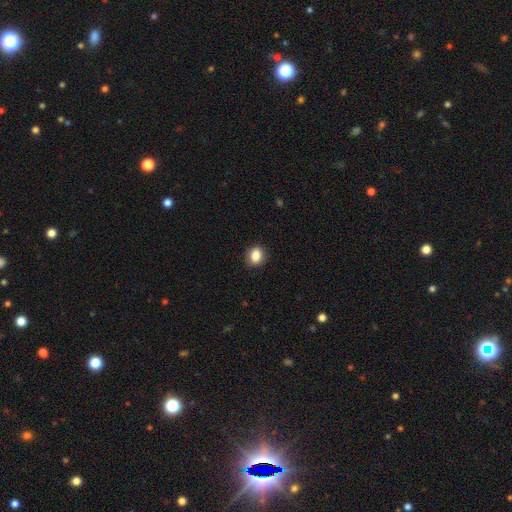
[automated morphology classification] Smooth or featured? smooth (85%)
How rounded? round (55%)
Merging? none (90%)